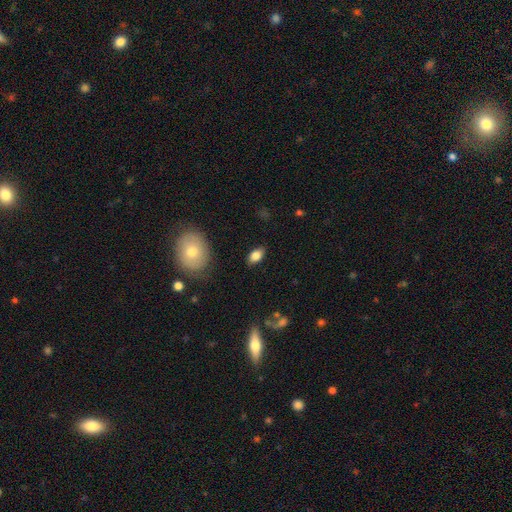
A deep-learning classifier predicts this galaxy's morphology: Smooth or featured?
  - smooth: 82% *
  - featured or disk: 10%
  - star or artifact: 8%
How rounded?
  - in between: 89% *
  - round: 8%
  - cigar-shaped: 3%
Merging?
  - none: 85% *
  - minor disturbance: 11%
  - major disturbance: 3%
  - merger: 1%